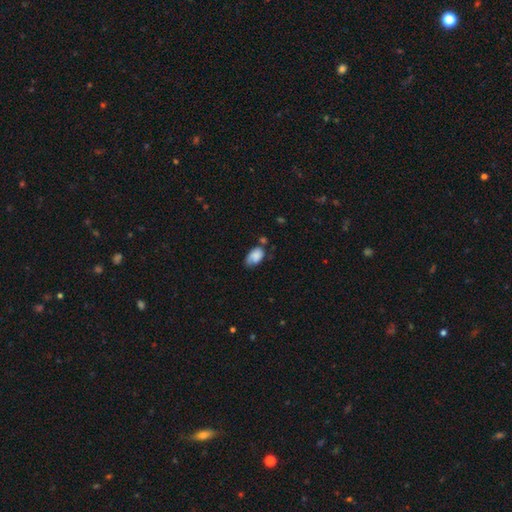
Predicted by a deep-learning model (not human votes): smooth-or-featured: smooth: 78% | featured or disk: 14% | star or artifact: 8%
  how-rounded: in between: 91% | round: 7% | cigar-shaped: 2%
  merging: none: 46% | minor disturbance: 36% | major disturbance: 11% | merger: 7%